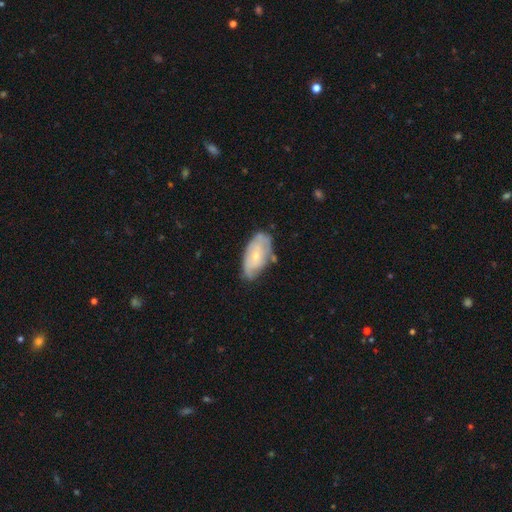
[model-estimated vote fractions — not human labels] featured or disk 52%, smooth 42%, star or artifact 6%. Down the decision tree: edge-on disk — no (91%); merging — none (58%).